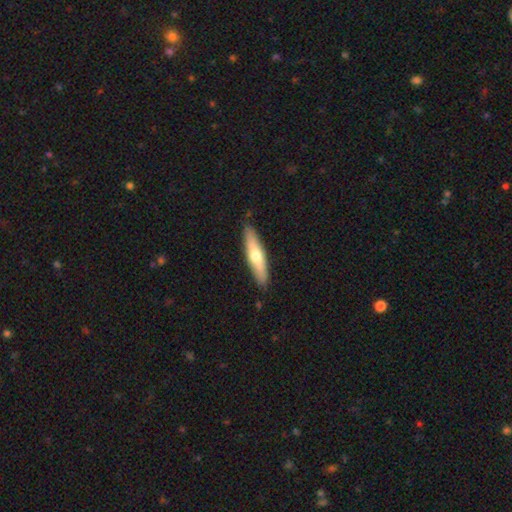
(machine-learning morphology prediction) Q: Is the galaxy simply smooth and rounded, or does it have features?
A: smooth — 54%.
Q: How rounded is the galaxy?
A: cigar-shaped — 78%.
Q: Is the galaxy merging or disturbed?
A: none — 88%.